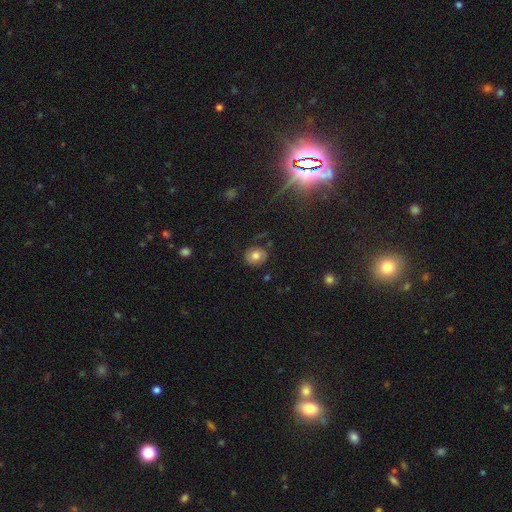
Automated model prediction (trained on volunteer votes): The model was most divided on "how rounded": round: 70%, in between: 29%, cigar-shaped: 1%. More confident: merging — none (79%); smooth or featured — smooth (73%).